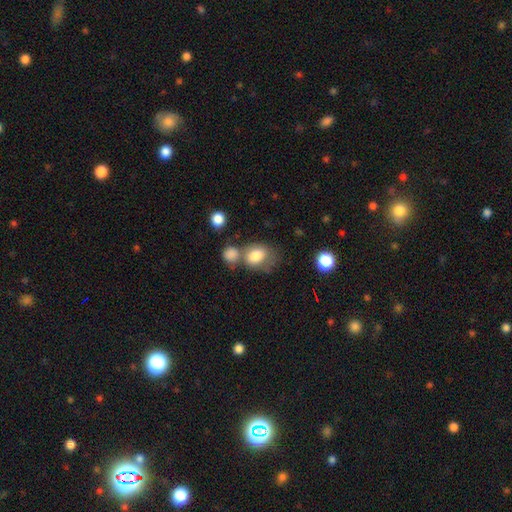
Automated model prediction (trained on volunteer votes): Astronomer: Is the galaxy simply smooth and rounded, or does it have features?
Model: smooth — 78%.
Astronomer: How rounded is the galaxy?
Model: in between — 59% (runner-up: round, 39%).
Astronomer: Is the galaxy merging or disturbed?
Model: none — 36%, tied with merger at 36%.